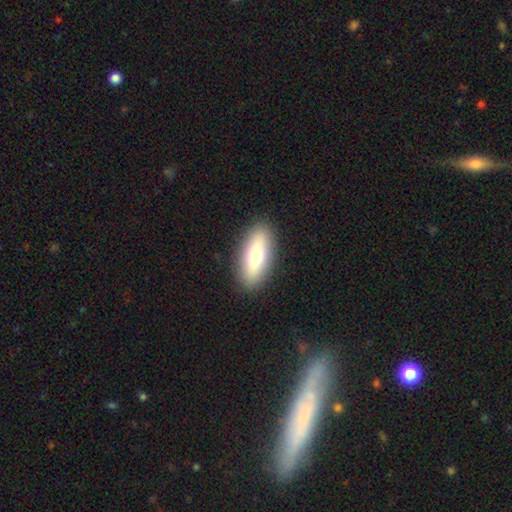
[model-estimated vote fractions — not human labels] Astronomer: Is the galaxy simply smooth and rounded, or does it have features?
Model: smooth — 69%.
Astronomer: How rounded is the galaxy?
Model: in between — 73%.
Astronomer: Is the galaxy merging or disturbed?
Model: none — 89%.